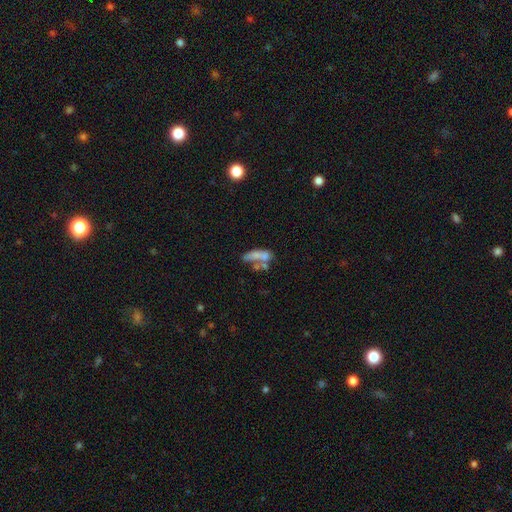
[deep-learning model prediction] This is possibly a smooth galaxy (53%). How rounded: likely in between (61%). Merging: marginally merger (43%).